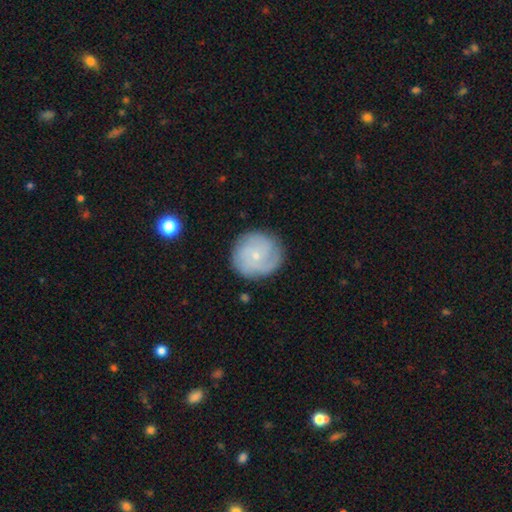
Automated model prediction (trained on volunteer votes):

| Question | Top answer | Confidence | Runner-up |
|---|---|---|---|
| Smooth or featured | featured or disk | 58% | smooth (34%) |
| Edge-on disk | no | 98% | yes (2%) |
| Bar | no | 80% | weak (18%) |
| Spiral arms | yes | 85% | no (15%) |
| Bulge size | small | 82% | moderate (14%) |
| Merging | none | 81% | minor disturbance (13%) |